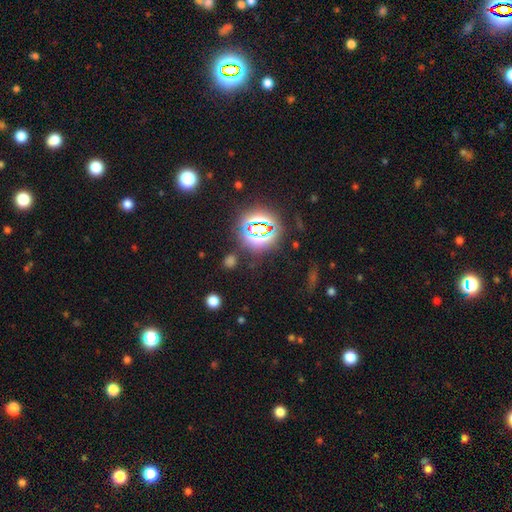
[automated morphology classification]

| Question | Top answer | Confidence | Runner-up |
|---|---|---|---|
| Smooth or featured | star or artifact | 81% | smooth (13%) |